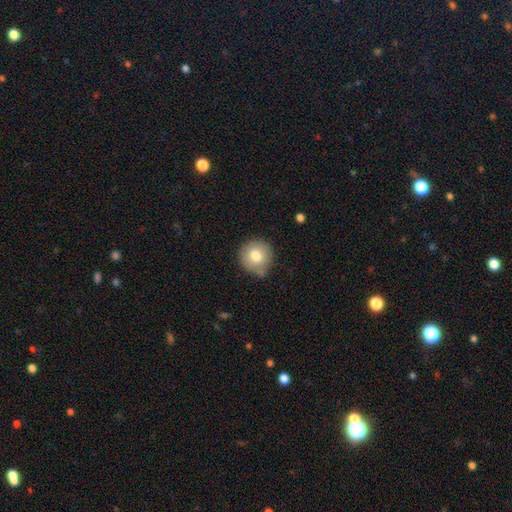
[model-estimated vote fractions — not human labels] This appears to be a smooth galaxy with no disk features (78%) that is round (92%). Merging: none (73%).